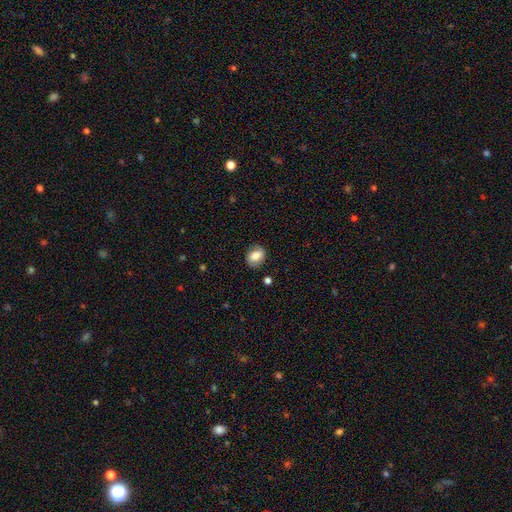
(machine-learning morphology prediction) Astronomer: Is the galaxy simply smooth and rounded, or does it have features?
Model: smooth — 67%.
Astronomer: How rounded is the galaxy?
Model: in between — 50% (runner-up: round, 48%).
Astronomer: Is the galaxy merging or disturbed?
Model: none — 82%.